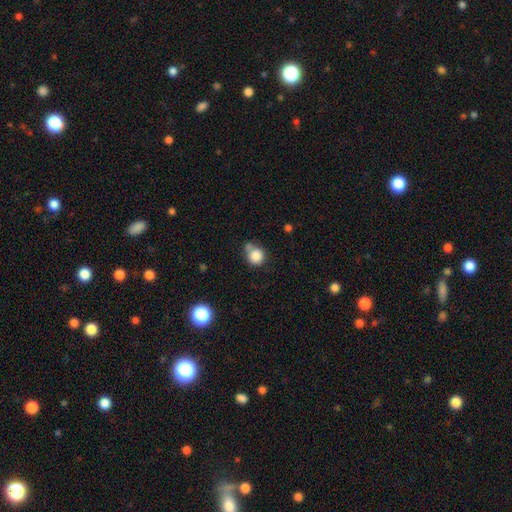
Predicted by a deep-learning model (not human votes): smooth_or_featured: smooth (p=0.83) [alt: star or artifact p=0.10]
how_rounded: round (p=0.88) [alt: in between p=0.11]
merging: none (p=0.54) [alt: merger p=0.24]